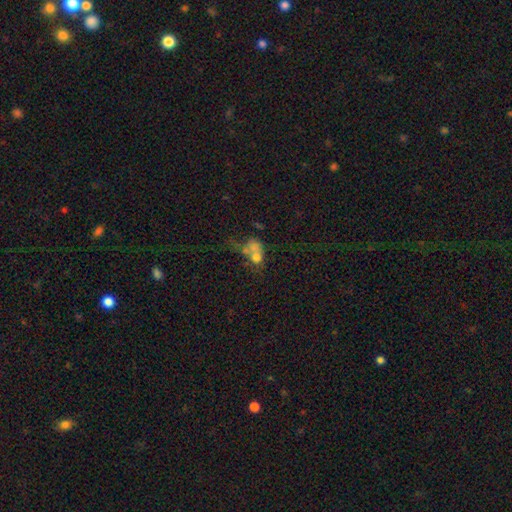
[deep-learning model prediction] Smooth or featured?
  - smooth: 51% *
  - featured or disk: 29%
  - star or artifact: 20%
How rounded?
  - in between: 54% *
  - round: 43%
  - cigar-shaped: 3%
Merging?
  - merger: 49% *
  - major disturbance: 21%
  - none: 20%
  - minor disturbance: 10%